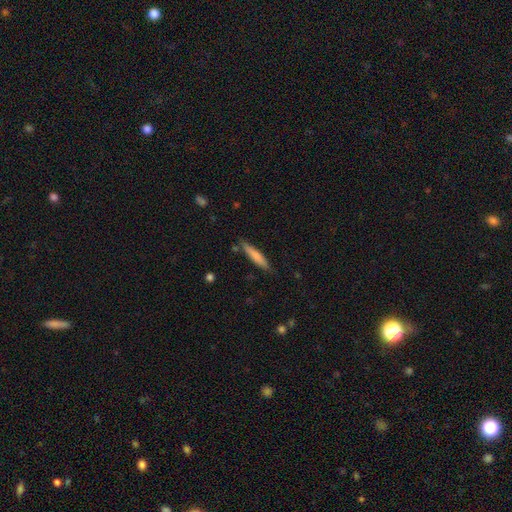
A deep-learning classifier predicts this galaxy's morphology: This appears to be a smooth galaxy with no disk features (74%) that is cigar-shaped (90%). Merging: none (81%).